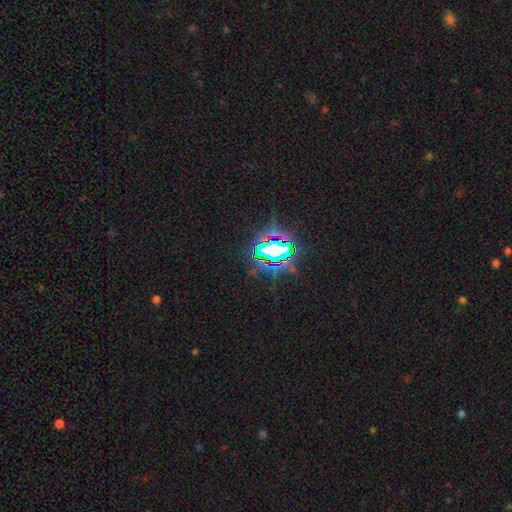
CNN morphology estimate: smooth_or_featured: star or artifact (p=0.82) [alt: smooth p=0.12]